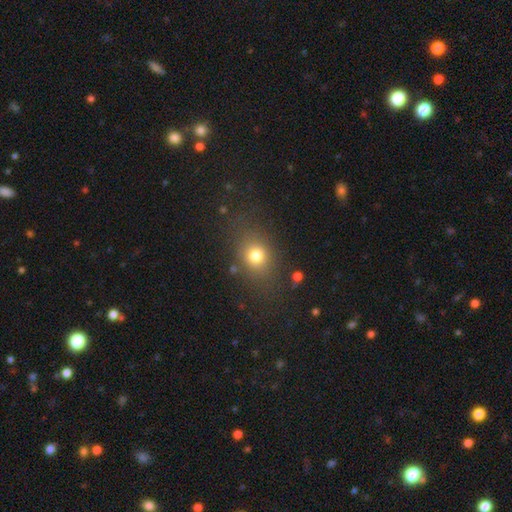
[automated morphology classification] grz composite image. It shows a smooth galaxy with no disk features (76%) that is round (54%). Merging: none (76%).